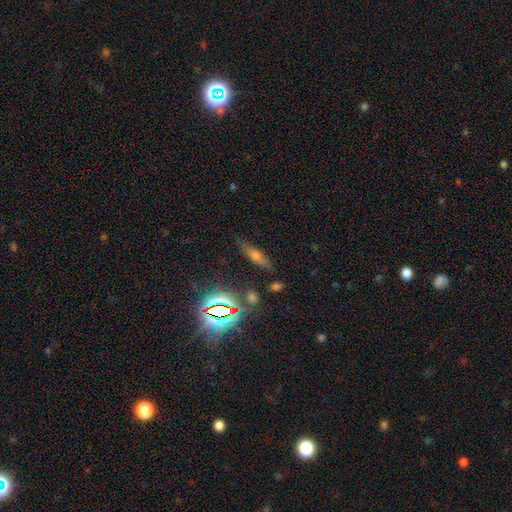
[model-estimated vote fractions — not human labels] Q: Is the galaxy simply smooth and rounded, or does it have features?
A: featured or disk — 39%.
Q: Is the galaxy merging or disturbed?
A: none — 82%.